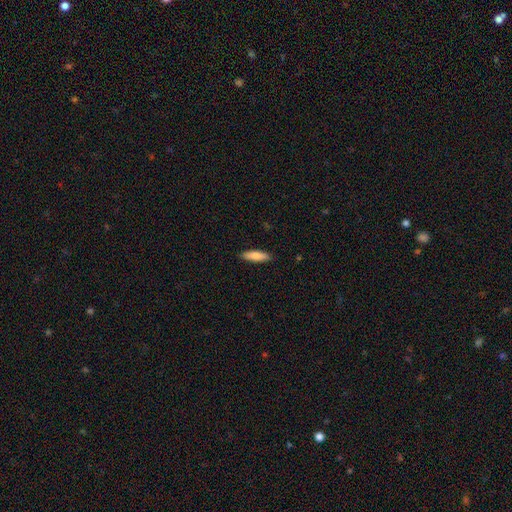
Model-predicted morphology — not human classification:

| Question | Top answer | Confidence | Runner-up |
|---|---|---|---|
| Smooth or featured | smooth | 82% | featured or disk (13%) |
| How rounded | cigar-shaped | 58% | in between (40%) |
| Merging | none | 90% | minor disturbance (8%) |